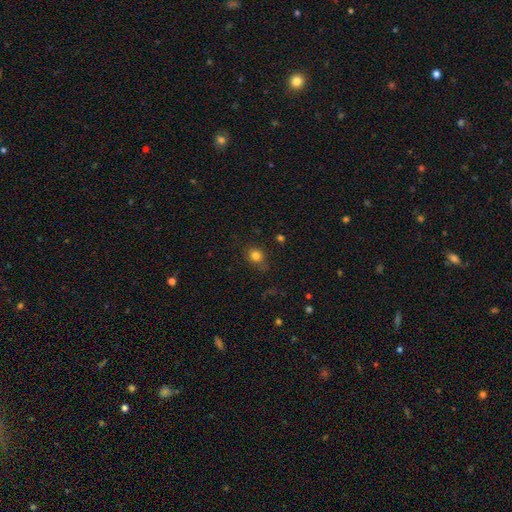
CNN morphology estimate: Smooth or featured: smooth — 81% (star or artifact — 13%)
How rounded: round — 73% (in between — 26%)
Merging: none — 76% (minor disturbance — 16%)